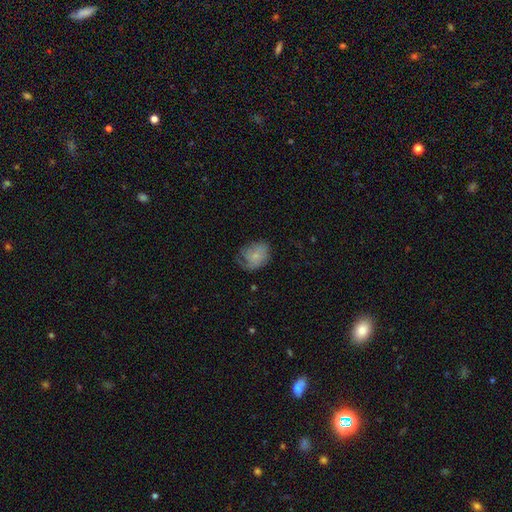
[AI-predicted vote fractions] Smooth or featured? smooth (64%)
How rounded? in between (55%)
Merging? none (44%)